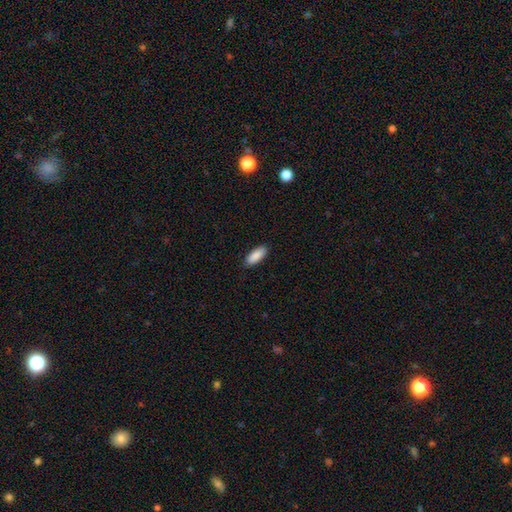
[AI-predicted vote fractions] smooth 90%, star or artifact 6%, featured or disk 5%. Down the decision tree: how rounded — in between (76%); merging — none (89%).